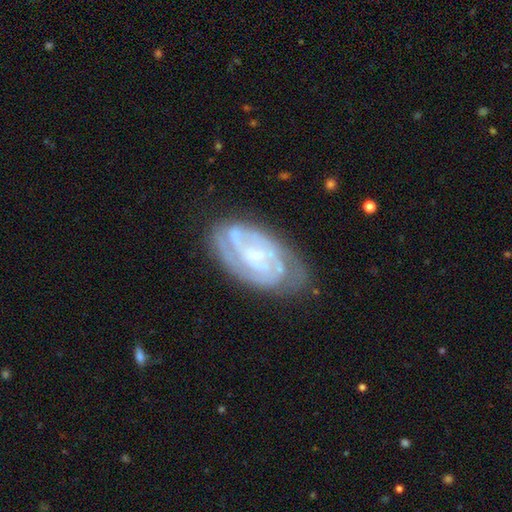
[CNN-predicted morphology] Smooth or featured: featured or disk — 82% (smooth — 12%)
Edge-on disk: no — 96% (yes — 4%)
Bar: no — 42% (tied with weak — 42%)
Spiral arms: yes — 91% (no — 9%)
Spiral winding: tight — 63% (medium — 31%)
Spiral arm count: 2 — 40% (can't tell — 31%)
Bulge size: small — 59% (moderate — 23%)
Merging: none — 66% (minor disturbance — 22%)